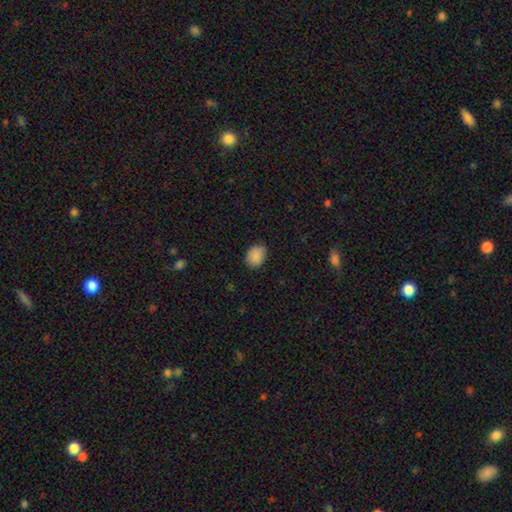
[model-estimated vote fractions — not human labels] Smooth or featured? smooth (89%)
How rounded? in between (57%)
Merging? none (82%)